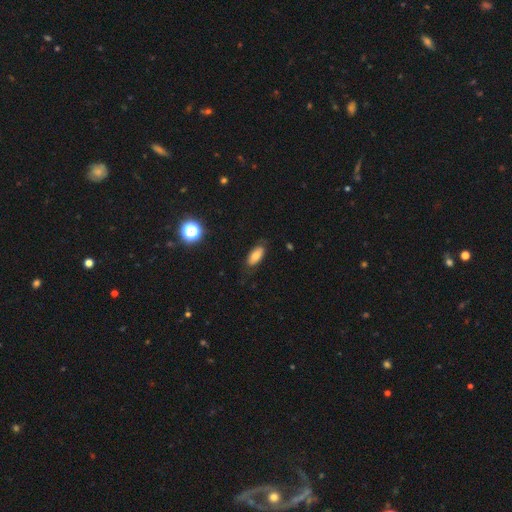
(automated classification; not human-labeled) This appears to be a smooth galaxy with no disk features (76%) that is in between round and cigar-shaped (86%). Merging: none (80%).